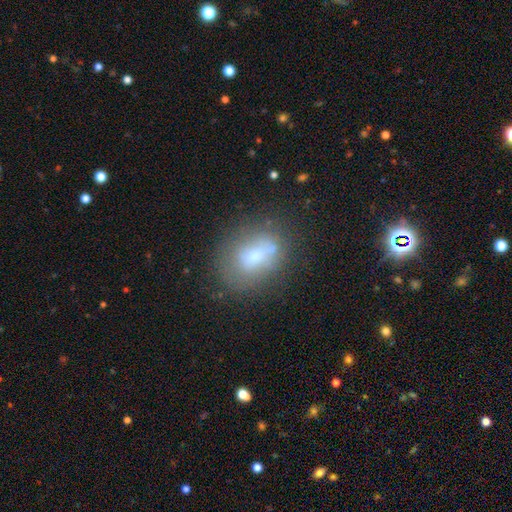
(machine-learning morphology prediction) smooth_or_featured: smooth (p=0.56) [alt: featured or disk p=0.33]
how_rounded: in between (p=0.61) [alt: round p=0.37]
merging: none (p=0.53) [alt: minor disturbance p=0.22]